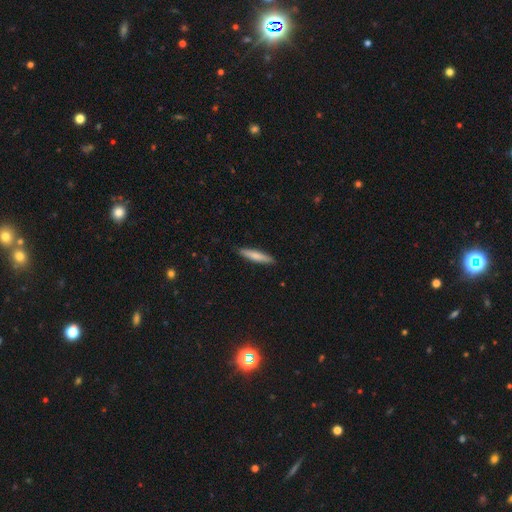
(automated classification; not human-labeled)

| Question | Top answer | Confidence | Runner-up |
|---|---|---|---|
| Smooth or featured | smooth | 74% | featured or disk (21%) |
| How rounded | cigar-shaped | 90% | in between (9%) |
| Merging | none | 90% | minor disturbance (7%) |